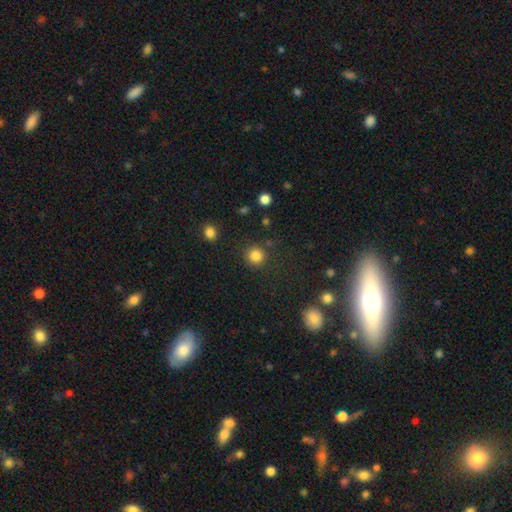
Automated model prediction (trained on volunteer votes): The model was most divided on "smooth or featured": smooth: 84%, star or artifact: 12%, featured or disk: 4%. More confident: how rounded — round (93%); merging — none (86%).